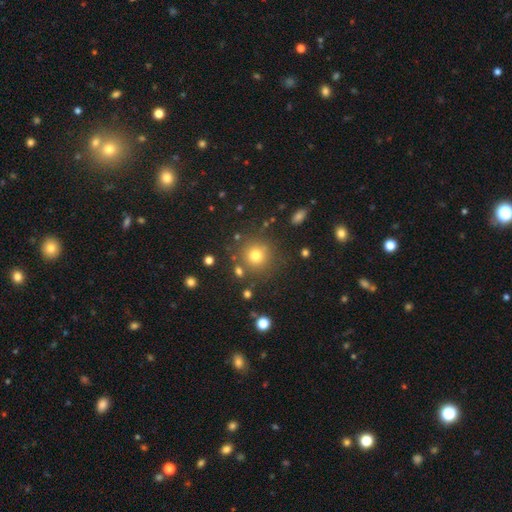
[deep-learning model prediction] smooth-or-featured: smooth: 75% | star or artifact: 16% | featured or disk: 8%
  how-rounded: round: 93% | in between: 6% | cigar-shaped: 1%
  merging: none: 82% | minor disturbance: 9% | merger: 6% | major disturbance: 4%